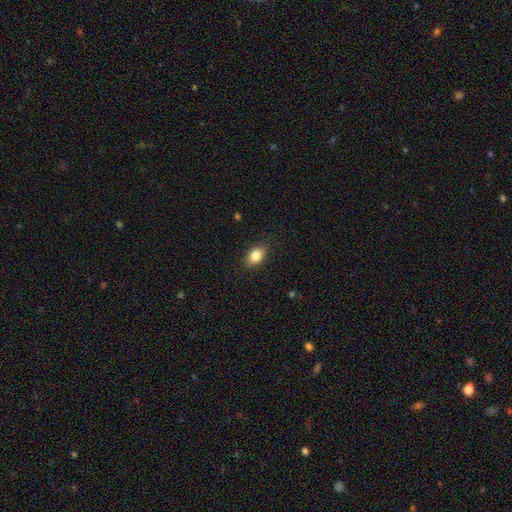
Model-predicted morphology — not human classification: Overall: smooth (83%). How rounded: in between (83%). Merging: none (87%).